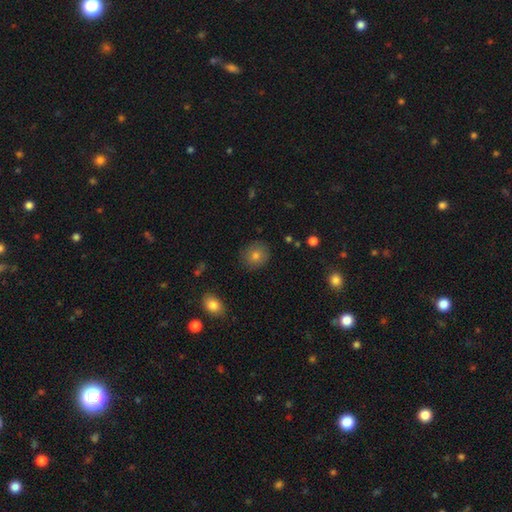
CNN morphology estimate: Overall: smooth (77%). How rounded: round (82%). Merging: none (87%).